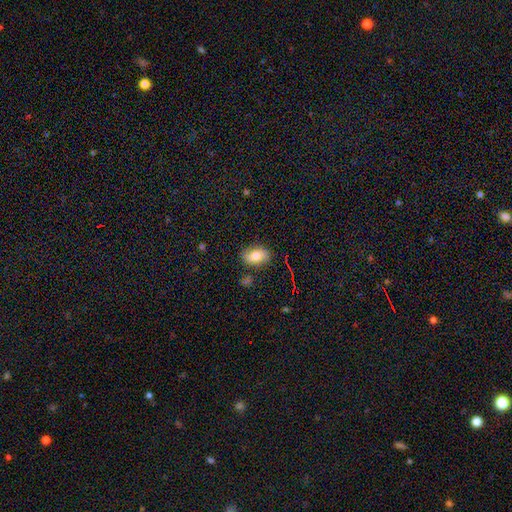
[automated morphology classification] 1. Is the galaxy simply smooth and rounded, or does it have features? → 75% smooth, 15% featured or disk, 10% star or artifact.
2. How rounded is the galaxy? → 87% in between, 11% round, 2% cigar-shaped.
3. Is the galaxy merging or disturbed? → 80% none, 14% minor disturbance, 3% major disturbance, 3% merger.